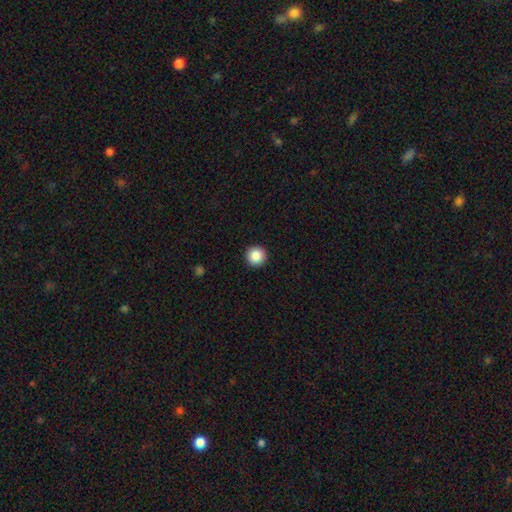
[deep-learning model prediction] The model was most divided on "smooth or featured": smooth: 87%, star or artifact: 9%, featured or disk: 4%. More confident: how rounded — round (96%); merging — none (93%).